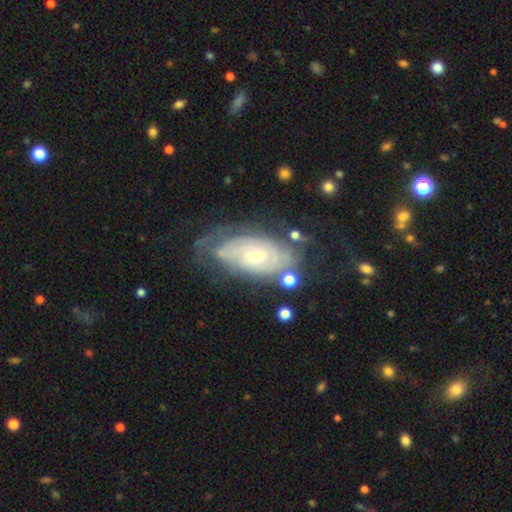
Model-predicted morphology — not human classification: smooth_or_featured: featured or disk (p=0.77) [alt: smooth p=0.16]
disk_edge_on: no (p=0.93) [alt: yes p=0.07]
bar: no (p=0.78) [alt: weak p=0.18]
has_spiral_arms: yes (p=0.84) [alt: no p=0.16]
spiral_winding: tight (p=0.75) [alt: medium p=0.19]
spiral_arm_count: can't tell (p=0.59) [alt: 2 p=0.19]
bulge_size: small (p=0.64) [alt: moderate p=0.33]
merging: none (p=0.55) [alt: minor disturbance p=0.25]